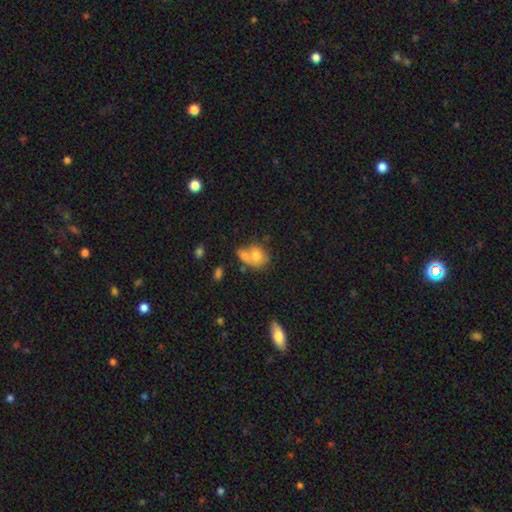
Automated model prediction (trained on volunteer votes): smooth 72%, featured or disk 19%, star or artifact 9%. Down the decision tree: how rounded — round (53%); merging — merger (47%).